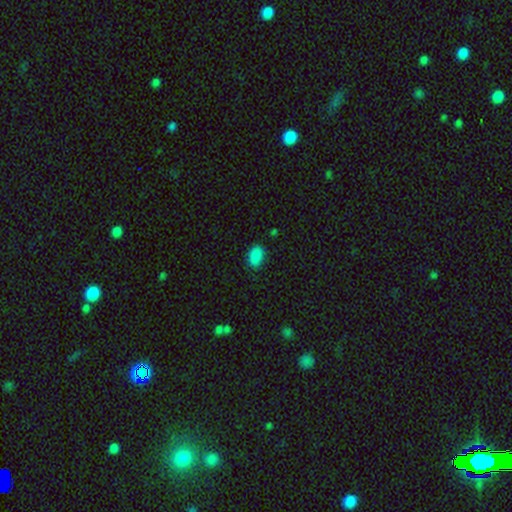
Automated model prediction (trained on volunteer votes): Smooth or featured? Predicted: smooth (p=0.88). How rounded? Predicted: in between (p=0.87). Merging? Predicted: none (p=0.79).